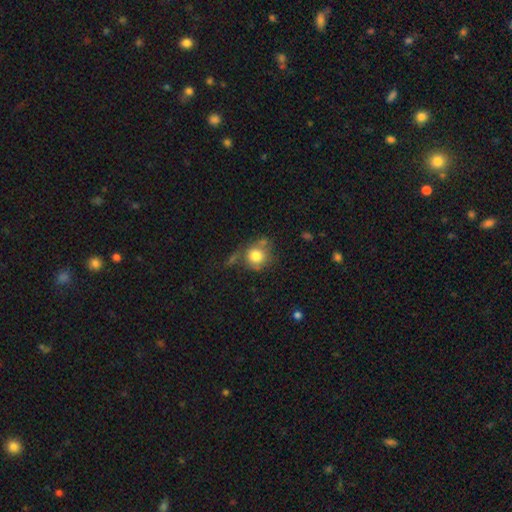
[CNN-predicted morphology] The model was most divided on "merging": none: 56%, minor disturbance: 20%, merger: 15%, major disturbance: 9%. More confident: how rounded — round (84%); smooth or featured — smooth (79%).